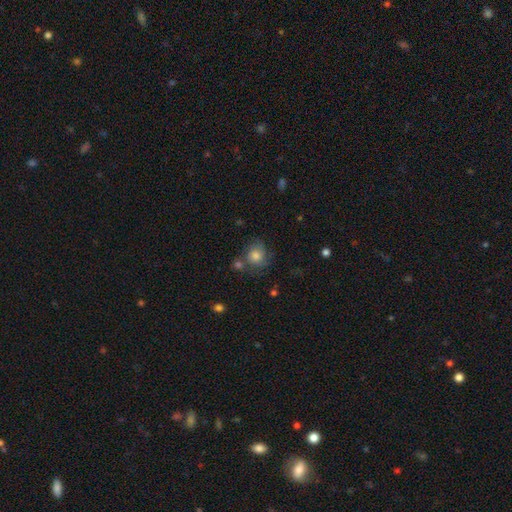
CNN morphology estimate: Smooth or featured? smooth (67%)
How rounded? round (81%)
Merging? none (56%)